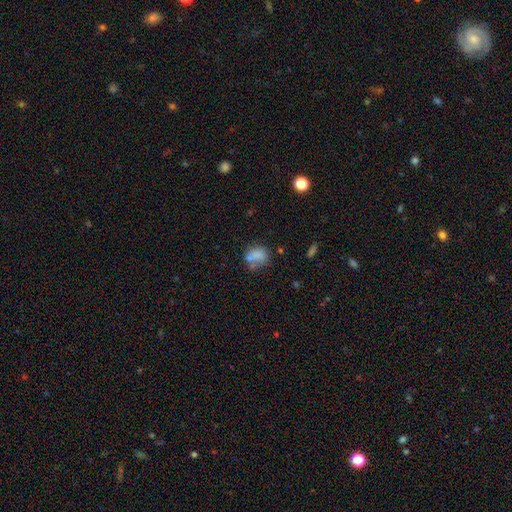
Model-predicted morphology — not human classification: type=smooth (74%); roundness=in between (58%); merging=none (43%).